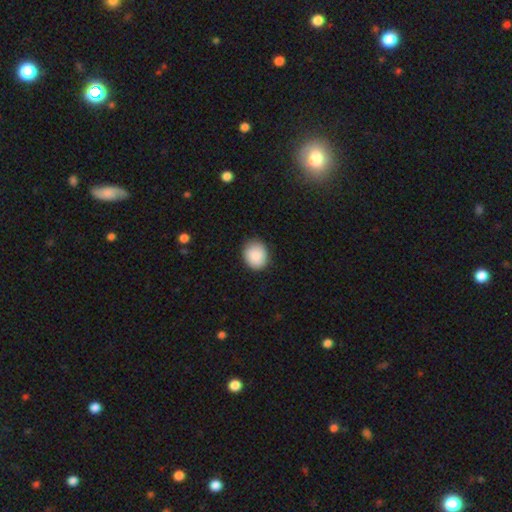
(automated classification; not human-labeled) smooth 89%, star or artifact 7%, featured or disk 4%. Down the decision tree: how rounded — round (64%); merging — none (85%).